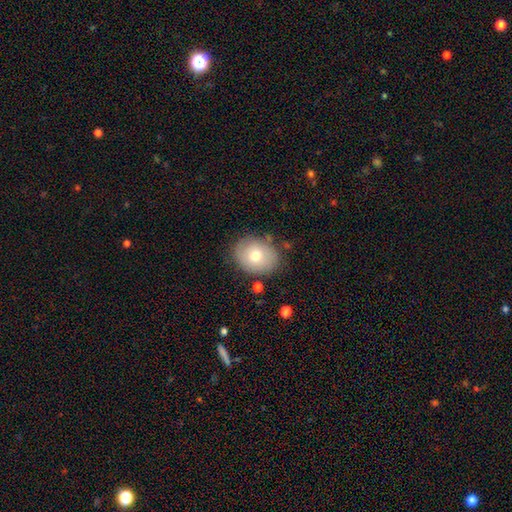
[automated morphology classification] smooth_or_featured: smooth (p=0.70) [alt: featured or disk p=0.21]
how_rounded: in between (p=0.53) [alt: round p=0.46]
merging: none (p=0.81) [alt: minor disturbance p=0.14]